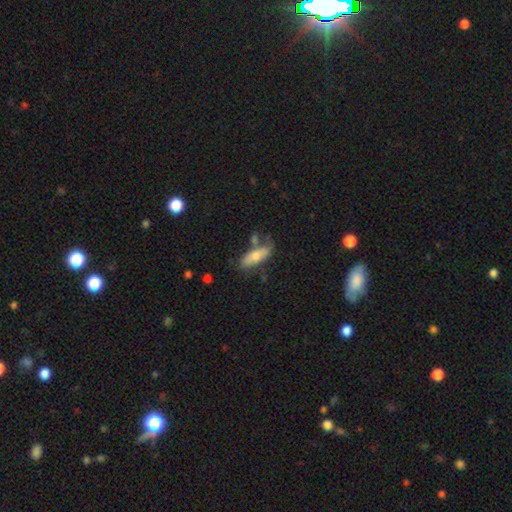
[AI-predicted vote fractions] Overall: smooth (65%; featured or disk 28%). How rounded: in between (59%; cigar-shaped 38%). Merging: none (62%).